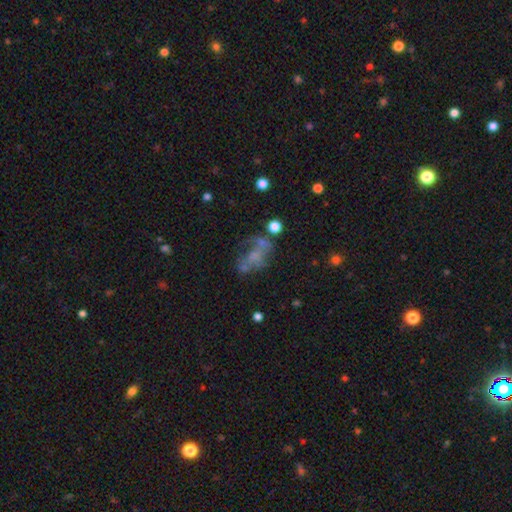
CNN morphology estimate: Q: Smooth or featured?
A: featured or disk (44%); runner-up: smooth (36%)
Q: Merging?
A: major disturbance (33%); runner-up: none (31%)